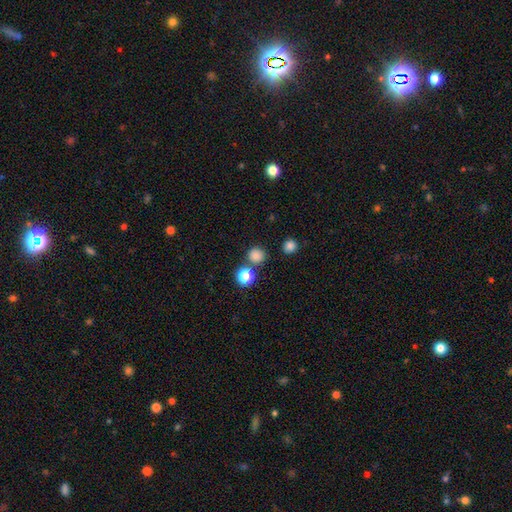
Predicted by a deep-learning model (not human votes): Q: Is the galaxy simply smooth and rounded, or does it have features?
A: smooth — 80%.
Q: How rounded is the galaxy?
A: round — 90%.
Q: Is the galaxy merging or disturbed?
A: none — 76%.